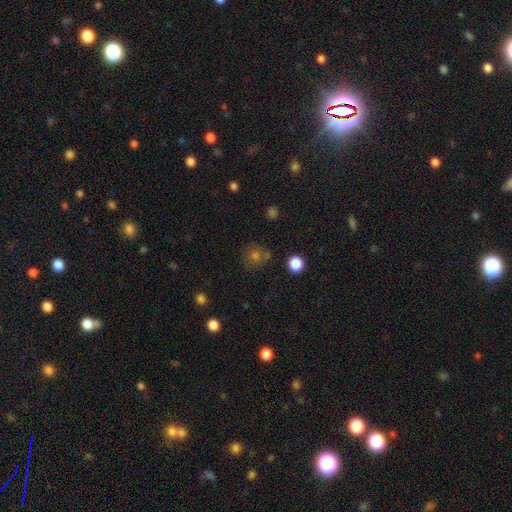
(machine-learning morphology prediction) Smooth or featured? smooth (65%)
How rounded? round (87%)
Merging? none (76%)